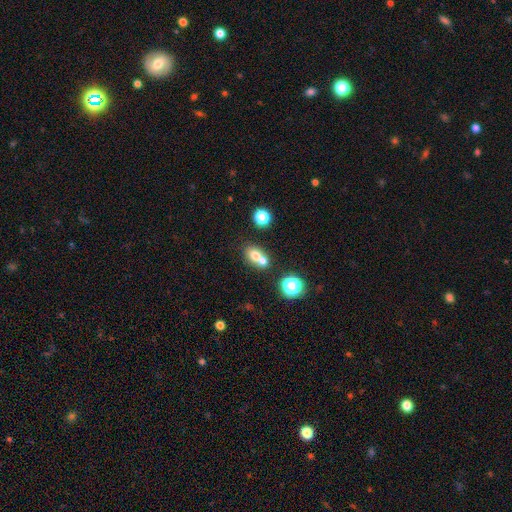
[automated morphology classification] The model was most divided on "how rounded": round: 54%, in between: 45%, cigar-shaped: 1%. More confident: smooth or featured — smooth (70%); merging — merger (52%).